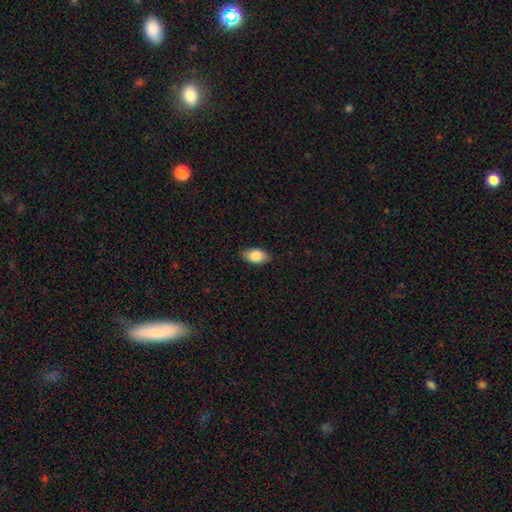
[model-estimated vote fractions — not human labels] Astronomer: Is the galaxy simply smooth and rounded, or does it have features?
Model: smooth — 84%.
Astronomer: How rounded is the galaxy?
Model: in between — 92%.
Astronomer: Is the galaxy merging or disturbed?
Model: none — 87%.